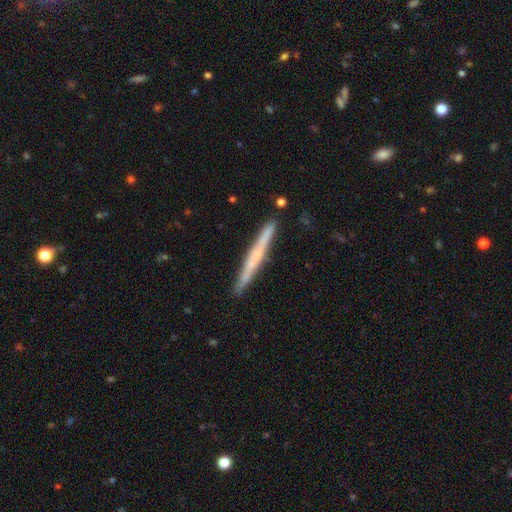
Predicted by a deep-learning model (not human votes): Morphology: type=featured or disk (57%); edge-on=yes (97%); edge-on bulge=none (58%); merging=none (89%).